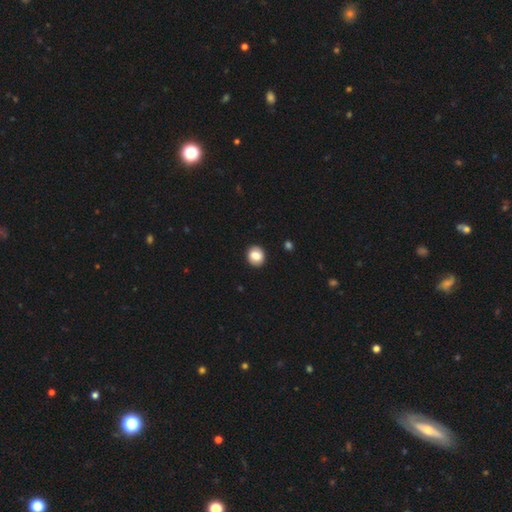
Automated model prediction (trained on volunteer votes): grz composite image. It shows a smooth galaxy with no disk features (83%) that is round (76%). Merging: none (91%).